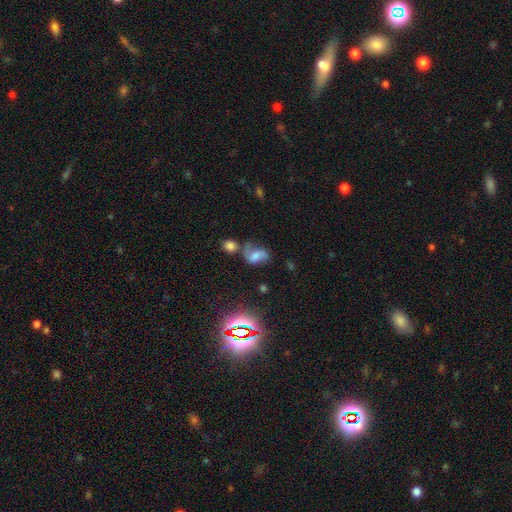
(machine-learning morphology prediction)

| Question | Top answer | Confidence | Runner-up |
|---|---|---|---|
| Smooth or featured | featured or disk | 57% | smooth (26%) |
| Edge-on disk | no | 97% | yes (3%) |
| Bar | no | 45% | weak (39%) |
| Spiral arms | yes | 85% | no (15%) |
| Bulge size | moderate | 38% | small (21%) |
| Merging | none | 40% | merger (24%) |